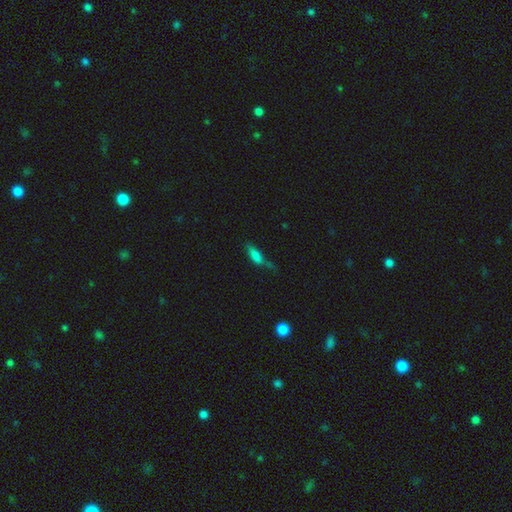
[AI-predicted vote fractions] This is likely a smooth galaxy (75%). How rounded: possibly in between (56%). Merging: possibly none (46%).